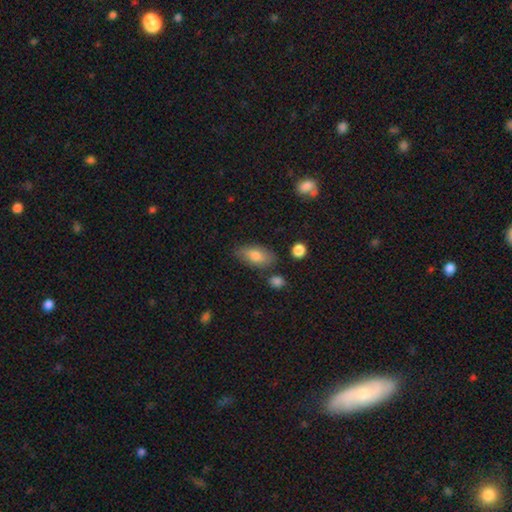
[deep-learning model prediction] Smooth or featured? smooth (77%)
How rounded? in between (90%)
Merging? none (75%)